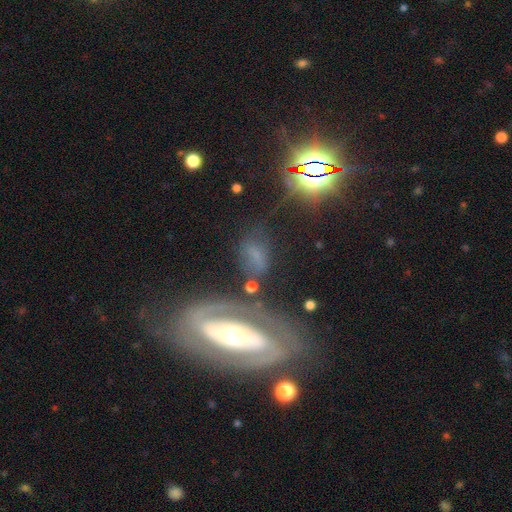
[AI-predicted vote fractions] Smooth or featured: featured or disk — 48% (smooth — 33%)
Merging: none — 58% (minor disturbance — 19%)